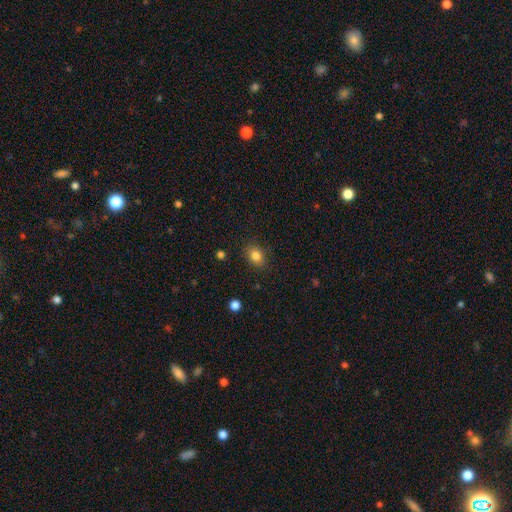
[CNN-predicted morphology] type=smooth (83%); roundness=in between (53%); merging=none (86%).